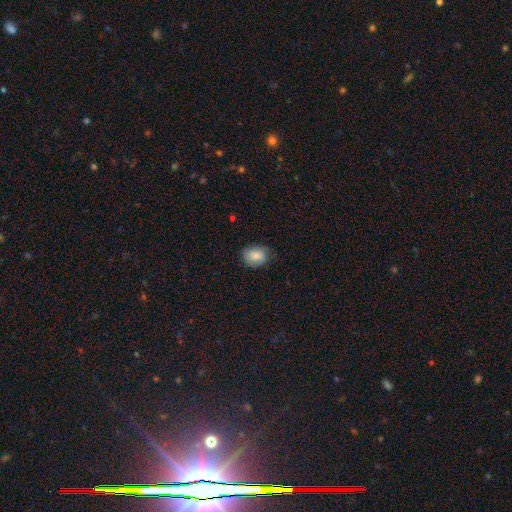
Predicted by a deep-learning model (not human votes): A smooth galaxy with no disk features (82%) that is in between round and cigar-shaped (63%).

Vote fractions:
- Smooth or featured? smooth: 82% / featured or disk: 11% / star or artifact: 7%
- How rounded? in between: 63% / round: 36% / cigar-shaped: 1%
- Merging? none: 69% / minor disturbance: 24% / major disturbance: 5% / merger: 1%